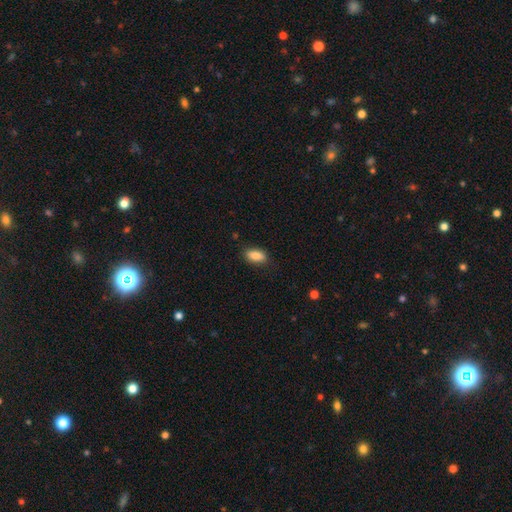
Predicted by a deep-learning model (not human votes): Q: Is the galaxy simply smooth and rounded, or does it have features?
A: smooth — 87%.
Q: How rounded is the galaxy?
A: in between — 89%.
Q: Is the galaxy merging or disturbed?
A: none — 84%.